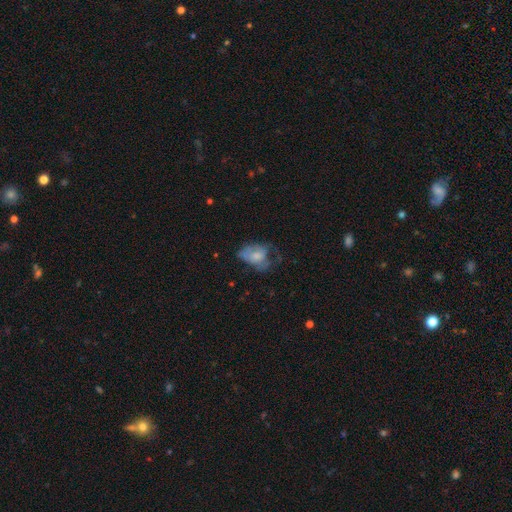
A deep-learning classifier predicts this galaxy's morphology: The model was most divided on "merging": major disturbance: 42%, none: 28%, minor disturbance: 28%, merger: 3%. More confident: how rounded — in between (79%); smooth or featured — smooth (56%).